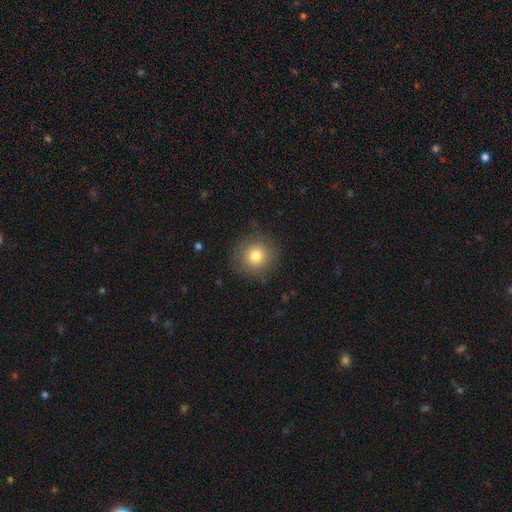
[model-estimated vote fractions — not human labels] smooth_or_featured: smooth (p=0.79) [alt: star or artifact p=0.11]
how_rounded: round (p=0.93) [alt: in between p=0.06]
merging: none (p=0.86) [alt: minor disturbance p=0.09]